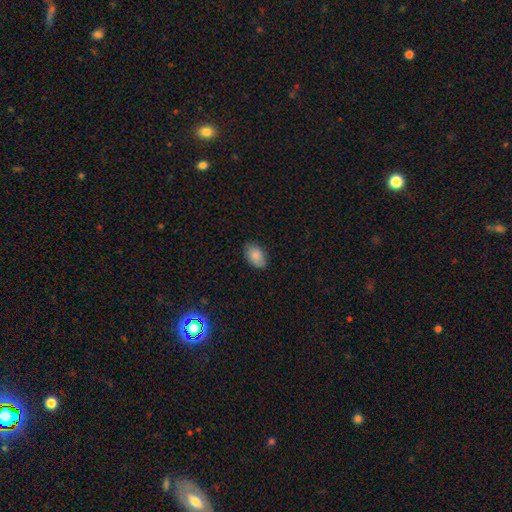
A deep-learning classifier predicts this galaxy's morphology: This is clearly a smooth galaxy (84%). How rounded: clearly in between (89%). Merging: likely none (80%).